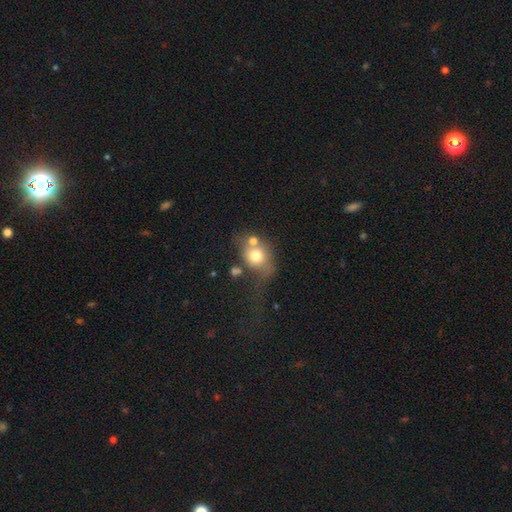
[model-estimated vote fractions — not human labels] The model was most divided on "merging": none: 32%, merger: 28%, major disturbance: 21%, minor disturbance: 19%. More confident: smooth or featured — smooth (69%); how rounded — round (59%).